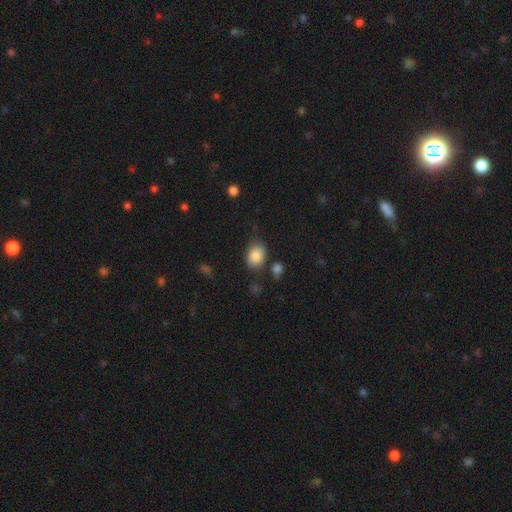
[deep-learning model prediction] Smooth or featured? Predicted: smooth (p=0.86). How rounded? Predicted: in between (p=0.61). Merging? Predicted: none (p=0.69).